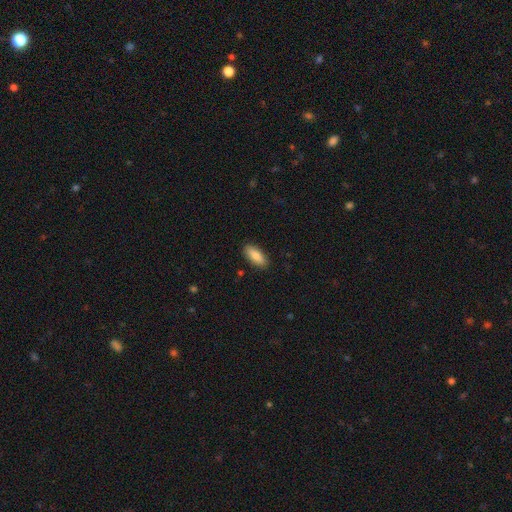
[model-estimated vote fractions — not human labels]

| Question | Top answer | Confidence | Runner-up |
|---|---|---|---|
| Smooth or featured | smooth | 86% | featured or disk (7%) |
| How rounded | in between | 80% | cigar-shaped (19%) |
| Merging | none | 88% | minor disturbance (9%) |